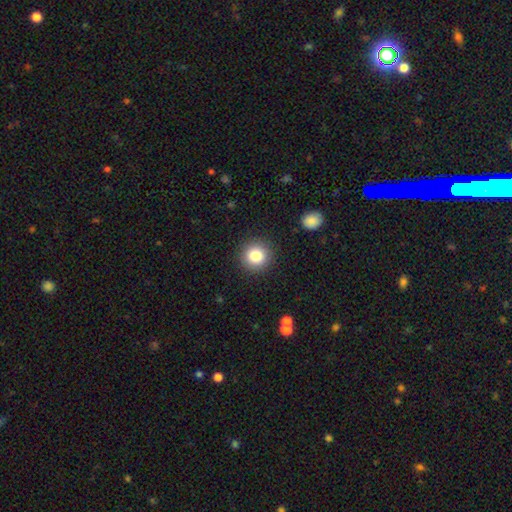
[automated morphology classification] Q: Smooth or featured?
A: smooth (83%); runner-up: star or artifact (10%)
Q: How rounded?
A: round (93%); runner-up: in between (6%)
Q: Merging?
A: none (90%); runner-up: minor disturbance (6%)